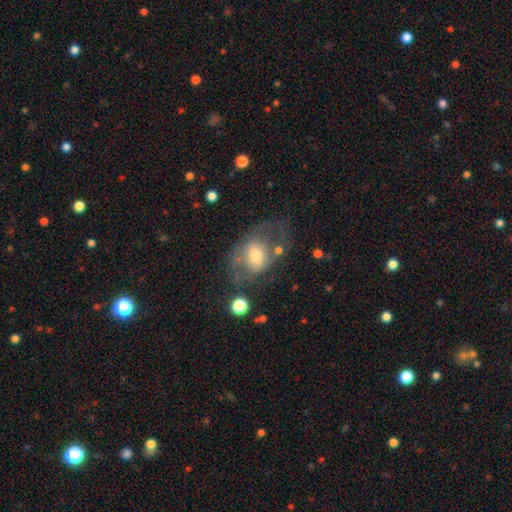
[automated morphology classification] Smooth or featured? Predicted: featured or disk (p=0.49). Merging? Predicted: none (p=0.45).